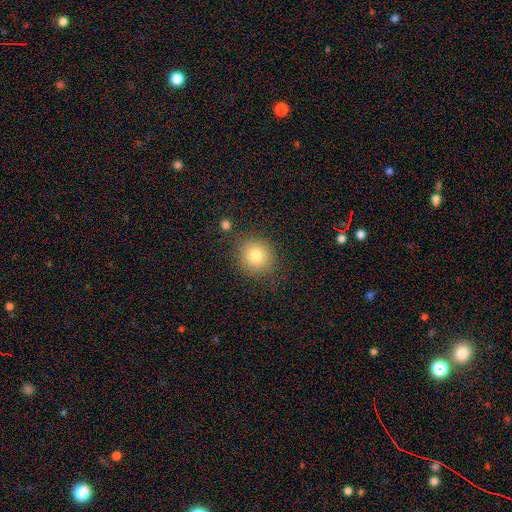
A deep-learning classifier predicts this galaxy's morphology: Smooth or featured? Predicted: smooth (p=0.80). How rounded? Predicted: round (p=0.84). Merging? Predicted: none (p=0.81).